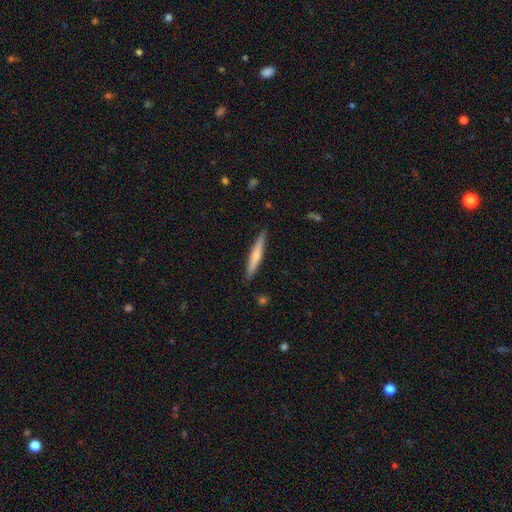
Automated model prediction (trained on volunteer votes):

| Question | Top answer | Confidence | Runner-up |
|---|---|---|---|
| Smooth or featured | smooth | 57% | featured or disk (37%) |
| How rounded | cigar-shaped | 94% | in between (5%) |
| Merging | none | 89% | minor disturbance (8%) |